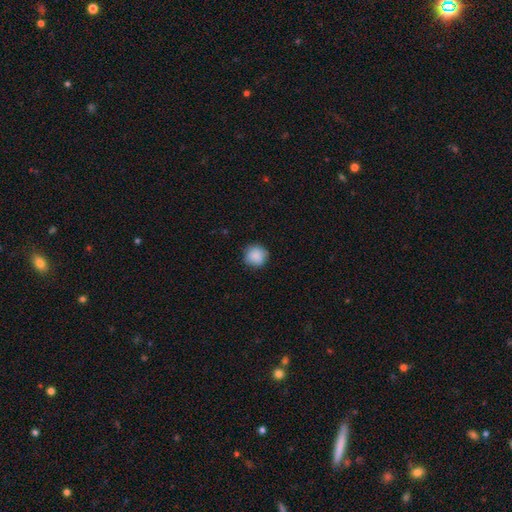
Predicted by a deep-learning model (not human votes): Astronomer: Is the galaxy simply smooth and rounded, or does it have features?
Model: smooth — 89%.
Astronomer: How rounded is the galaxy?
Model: round — 93%.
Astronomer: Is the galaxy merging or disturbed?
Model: none — 87%.